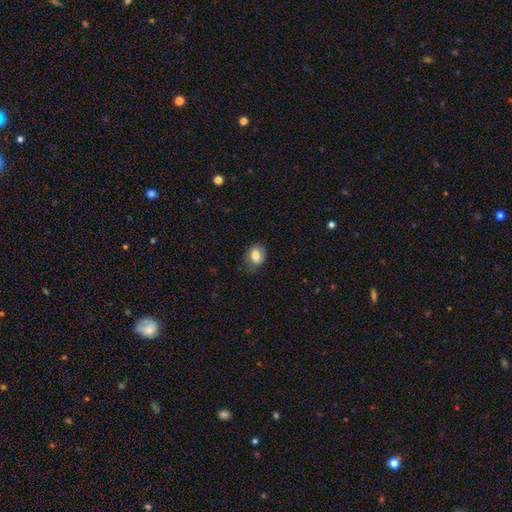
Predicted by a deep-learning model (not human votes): Q: Smooth or featured?
A: smooth (76%); runner-up: featured or disk (17%)
Q: How rounded?
A: in between (62%); runner-up: round (37%)
Q: Merging?
A: none (65%); runner-up: minor disturbance (25%)